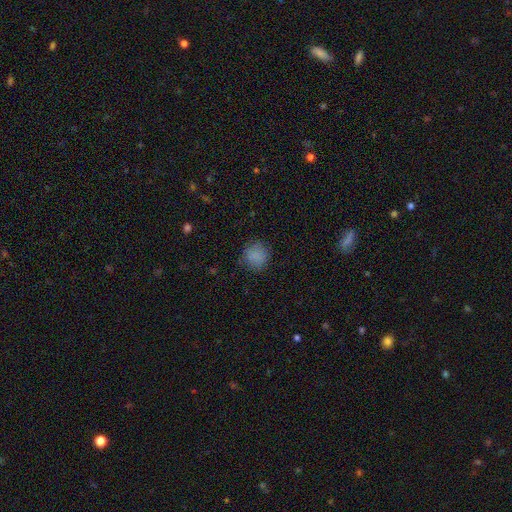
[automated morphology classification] Q: Smooth or featured?
A: smooth (85%); runner-up: star or artifact (10%)
Q: How rounded?
A: round (88%); runner-up: in between (11%)
Q: Merging?
A: none (82%); runner-up: minor disturbance (13%)